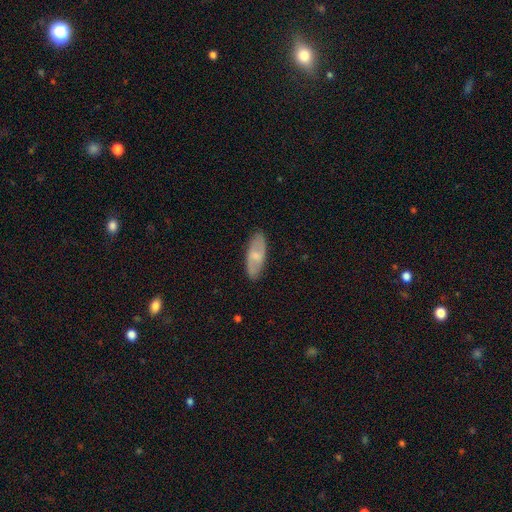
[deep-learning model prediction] Smooth or featured? Predicted: smooth (p=0.56). How rounded? Predicted: in between (p=0.75). Merging? Predicted: none (p=0.85).